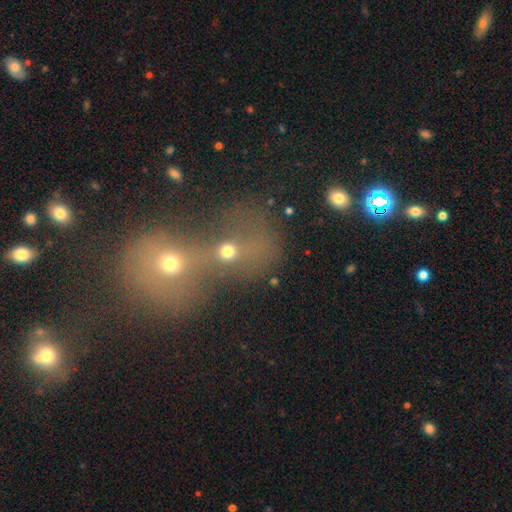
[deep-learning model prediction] A smooth galaxy with no disk features (52%) that is round (73%). Merging: merger (81%).